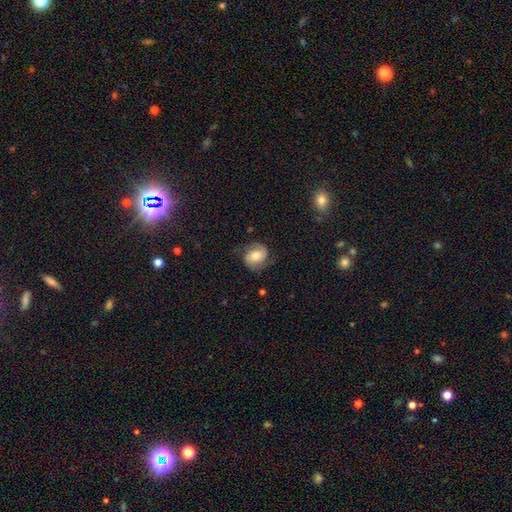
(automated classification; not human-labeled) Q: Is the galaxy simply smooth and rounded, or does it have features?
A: featured or disk — 68%.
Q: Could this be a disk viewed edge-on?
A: no — 98%.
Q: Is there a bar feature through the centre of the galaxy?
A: no — 57%.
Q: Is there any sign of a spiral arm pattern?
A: yes — 93%.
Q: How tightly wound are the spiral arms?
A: medium — 46%.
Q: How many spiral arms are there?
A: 2 — 89%.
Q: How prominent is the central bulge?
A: moderate — 64%.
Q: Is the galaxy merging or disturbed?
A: none — 74%.